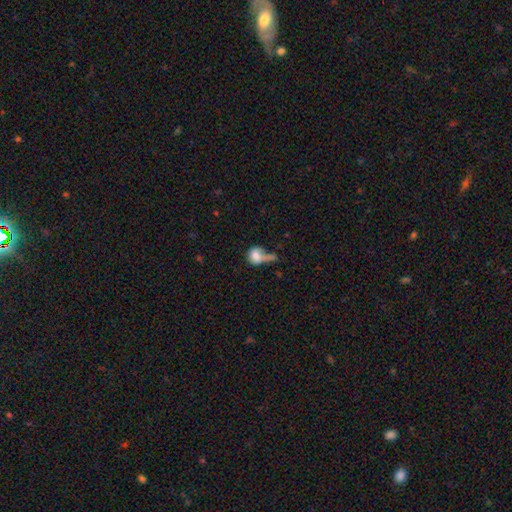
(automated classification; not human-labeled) Morphology: type=smooth (70%); roundness=in between (53%); merging=major disturbance (36%).